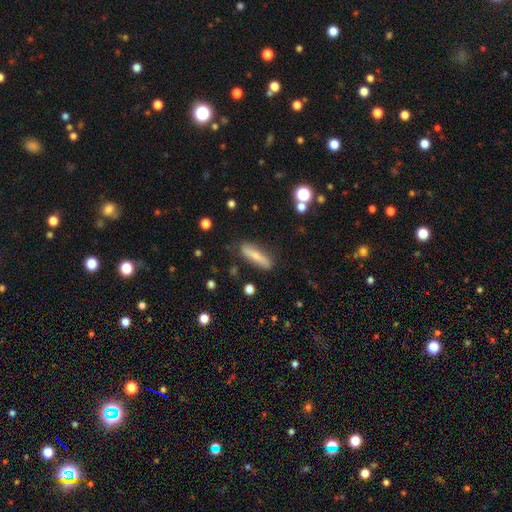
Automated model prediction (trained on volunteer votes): Morphology: type=smooth (70%); roundness=cigar-shaped (78%); merging=none (82%).